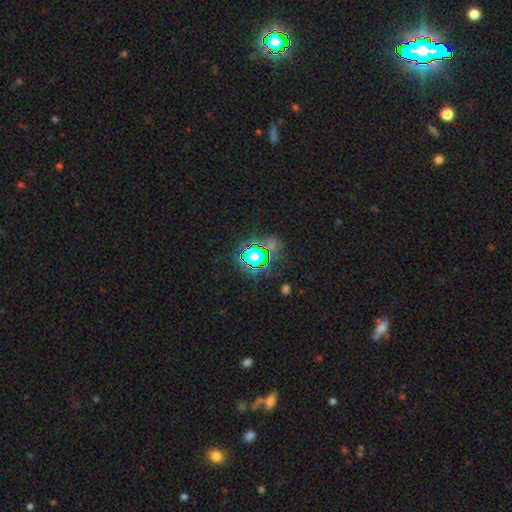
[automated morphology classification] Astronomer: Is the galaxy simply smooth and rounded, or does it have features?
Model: star or artifact — 62%.